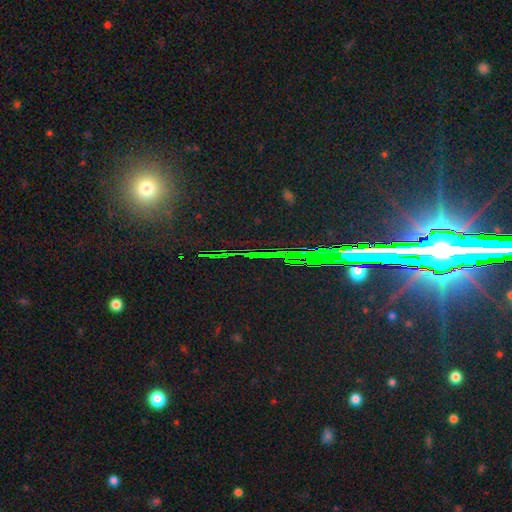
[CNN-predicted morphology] This is clearly a star or artifact rather than a galaxy (82%).